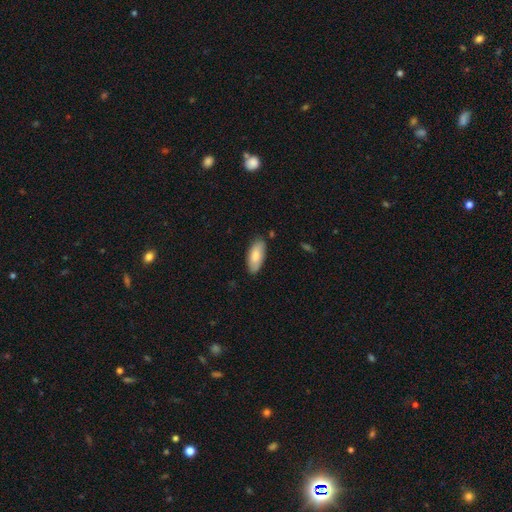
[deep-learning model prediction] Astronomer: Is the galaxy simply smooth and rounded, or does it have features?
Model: smooth — 80%.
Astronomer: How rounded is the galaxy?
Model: in between — 88%.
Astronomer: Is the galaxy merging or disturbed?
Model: none — 83%.